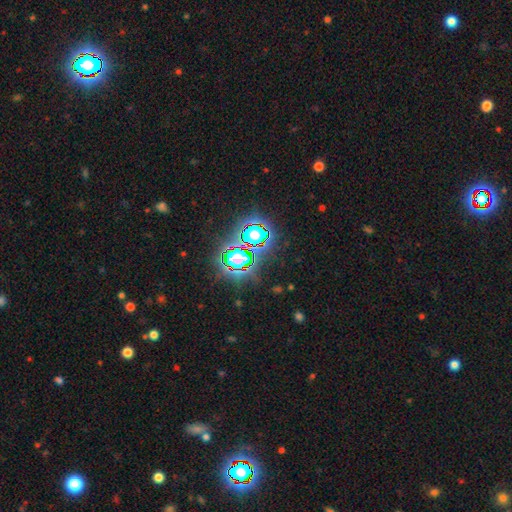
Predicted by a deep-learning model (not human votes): Smooth or featured?
  - star or artifact: 82% *
  - smooth: 10%
  - featured or disk: 8%